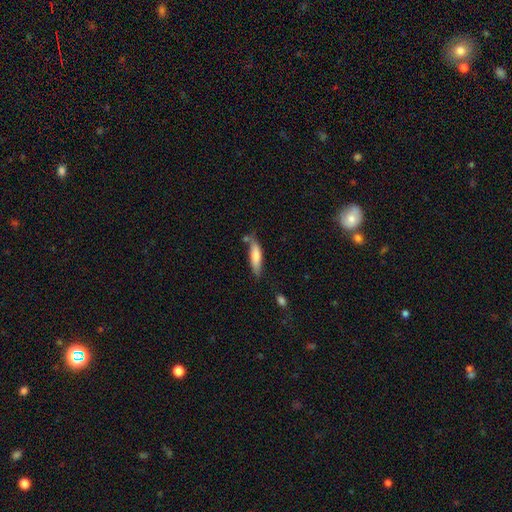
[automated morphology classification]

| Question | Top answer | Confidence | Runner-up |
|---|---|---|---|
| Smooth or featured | smooth | 75% | featured or disk (19%) |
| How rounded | cigar-shaped | 65% | in between (34%) |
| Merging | none | 63% | minor disturbance (22%) |